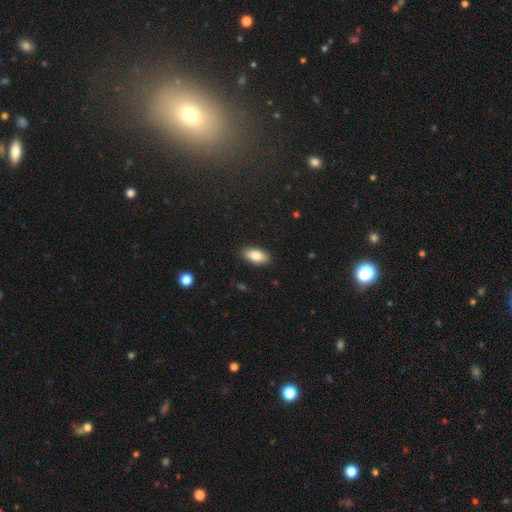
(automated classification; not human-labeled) Smooth or featured? Predicted: smooth (p=0.83). How rounded? Predicted: in between (p=0.90). Merging? Predicted: none (p=0.89).